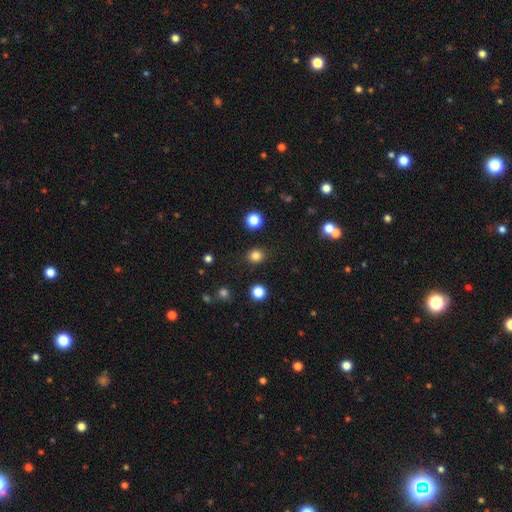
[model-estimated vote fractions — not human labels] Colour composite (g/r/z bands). It shows a smooth galaxy with no disk features (82%) that is round (79%). Merging: none (88%).